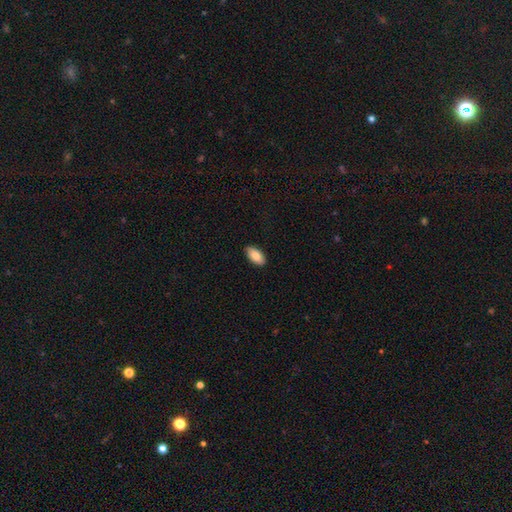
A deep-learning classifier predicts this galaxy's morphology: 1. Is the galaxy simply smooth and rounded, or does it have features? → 82% smooth, 12% featured or disk, 6% star or artifact.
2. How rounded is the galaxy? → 94% in between, 4% cigar-shaped, 3% round.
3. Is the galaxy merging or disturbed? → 89% none, 8% minor disturbance, 2% major disturbance, 1% merger.